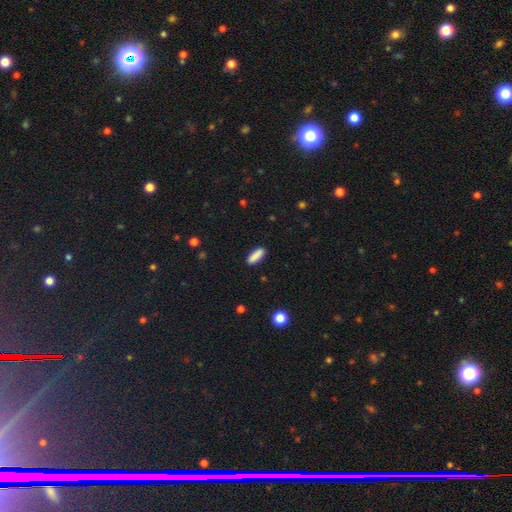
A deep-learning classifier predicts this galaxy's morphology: smooth_or_featured: smooth (p=0.88) [alt: star or artifact p=0.07]
how_rounded: cigar-shaped (p=0.50) [alt: in between p=0.48]
merging: none (p=0.89) [alt: minor disturbance p=0.08]